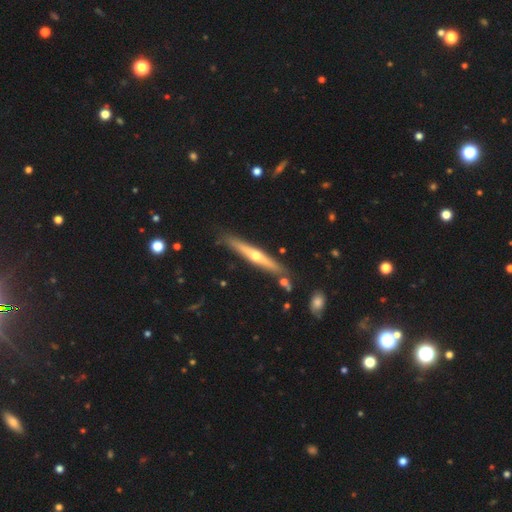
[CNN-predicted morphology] Q: Smooth or featured?
A: featured or disk (68%); runner-up: smooth (27%)
Q: Edge-on disk?
A: yes (96%); runner-up: no (4%)
Q: Edge-on bulge?
A: rounded (87%); runner-up: none (11%)
Q: Merging?
A: none (87%); runner-up: minor disturbance (9%)